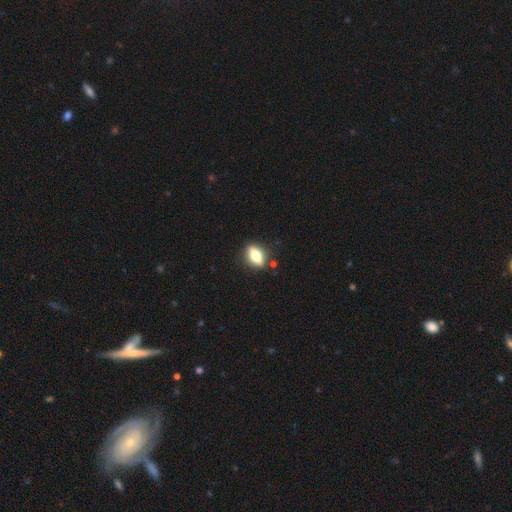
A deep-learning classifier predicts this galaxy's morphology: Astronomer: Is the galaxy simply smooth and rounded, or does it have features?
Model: smooth — 57% (runner-up: featured or disk, 36%).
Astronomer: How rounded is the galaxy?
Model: in between — 72%.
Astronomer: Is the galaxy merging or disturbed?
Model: none — 84%.